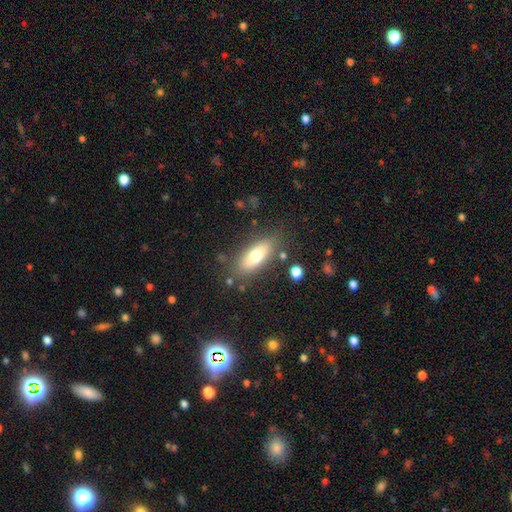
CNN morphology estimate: The model was most divided on "smooth or featured": smooth: 68%, featured or disk: 25%, star or artifact: 8%. More confident: merging — none (79%); how rounded — in between (70%).